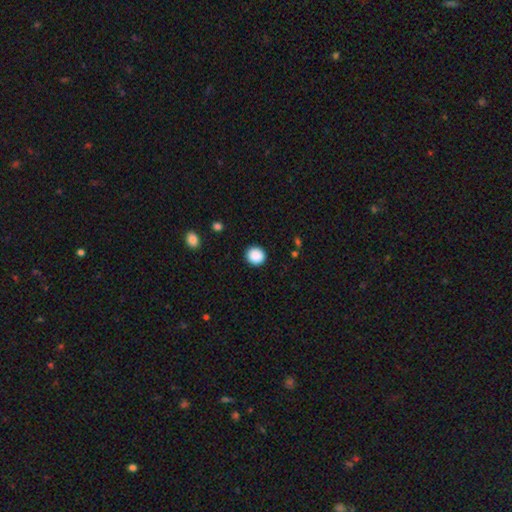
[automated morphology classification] smooth 89%, star or artifact 9%, featured or disk 3%. Down the decision tree: how rounded — round (92%); merging — none (91%).